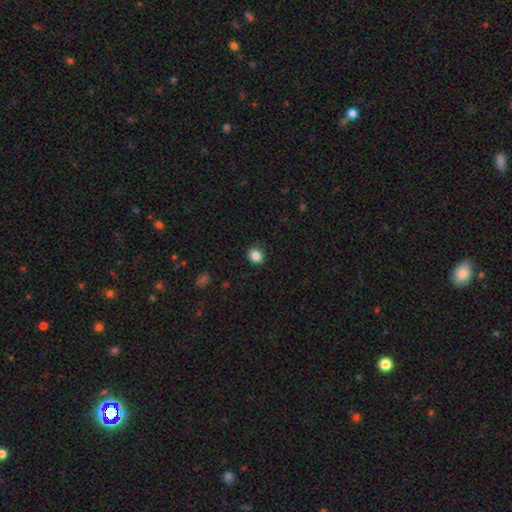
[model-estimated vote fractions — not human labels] A smooth galaxy with no disk features (85%) that is round (65%). Merging: none (77%).